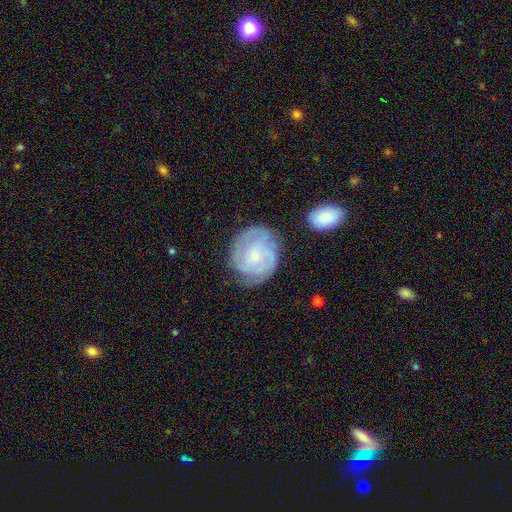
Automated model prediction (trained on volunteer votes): Smooth or featured?
  - featured or disk: 68% *
  - smooth: 26%
  - star or artifact: 6%
Edge-on disk?
  - no: 98% *
  - yes: 2%
Bar?
  - no: 69% *
  - weak: 27%
  - strong: 4%
Spiral arms?
  - yes: 90% *
  - no: 10%
Spiral winding?
  - tight: 63% *
  - medium: 29%
  - loose: 8%
Spiral arm count?
  - can't tell: 37% *
  - 2: 29%
  - 3: 19%
  - 4: 6%
  - 1: 5%
  - more than 4: 4%
Bulge size?
  - small: 69% *
  - moderate: 24%
  - none: 4%
  - large: 2%
  - dominant: 1%
Merging?
  - none: 68% *
  - minor disturbance: 21%
  - major disturbance: 7%
  - merger: 5%